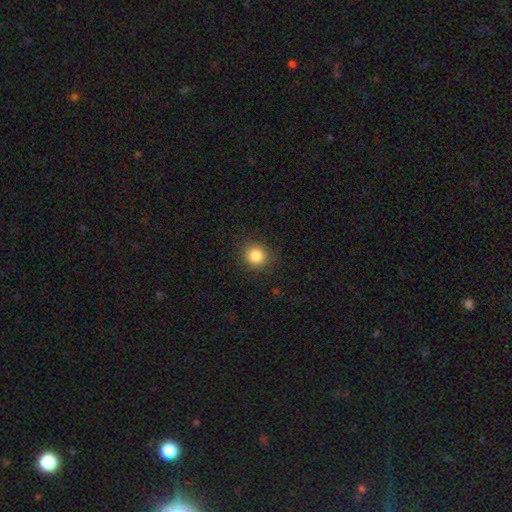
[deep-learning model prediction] smooth_or_featured: smooth (p=0.85) [alt: star or artifact p=0.11]
how_rounded: round (p=0.88) [alt: in between p=0.11]
merging: none (p=0.88) [alt: minor disturbance p=0.08]